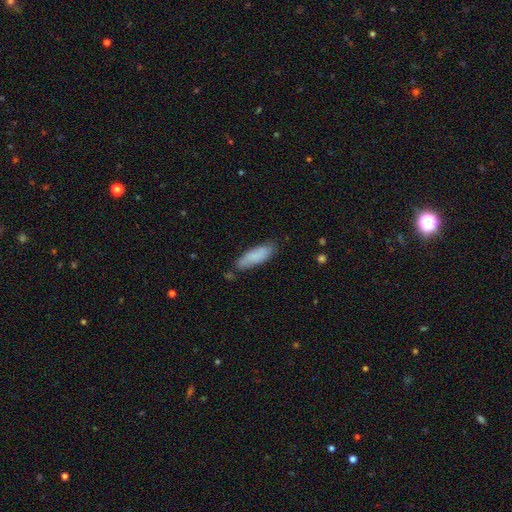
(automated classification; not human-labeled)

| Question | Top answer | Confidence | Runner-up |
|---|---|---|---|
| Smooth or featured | smooth | 82% | featured or disk (12%) |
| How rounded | in between | 55% | cigar-shaped (44%) |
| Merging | none | 76% | minor disturbance (18%) |